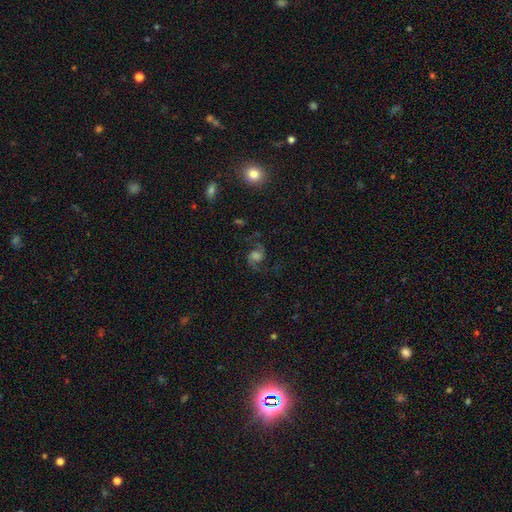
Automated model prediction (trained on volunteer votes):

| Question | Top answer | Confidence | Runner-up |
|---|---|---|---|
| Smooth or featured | featured or disk | 82% | star or artifact (9%) |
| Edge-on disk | no | 98% | yes (2%) |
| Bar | no | 55% | weak (36%) |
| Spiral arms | yes | 97% | no (3%) |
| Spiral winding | medium | 47% | loose (45%) |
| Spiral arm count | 2 | 93% | 1 (2%) |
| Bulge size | moderate | 36% | large (29%) |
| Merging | none | 76% | minor disturbance (13%) |